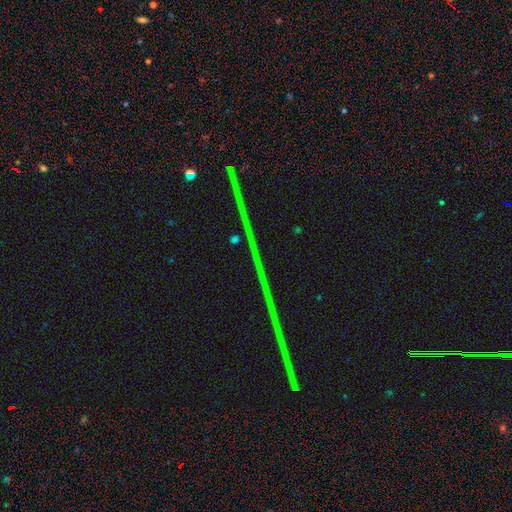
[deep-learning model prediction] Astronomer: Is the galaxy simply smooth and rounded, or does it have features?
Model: star or artifact — 88%.